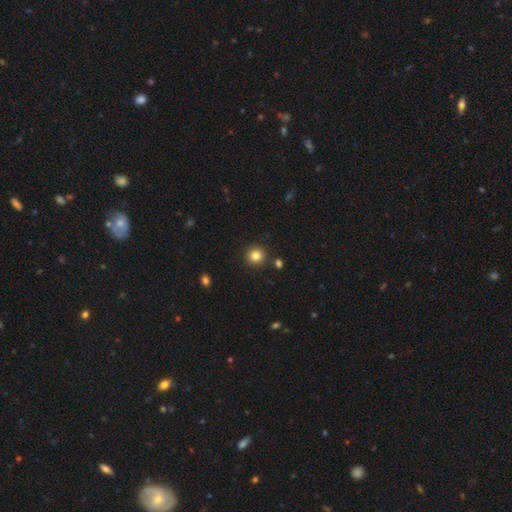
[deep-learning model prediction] smooth-or-featured: smooth: 83% | star or artifact: 12% | featured or disk: 6%
  how-rounded: round: 93% | in between: 6% | cigar-shaped: 1%
  merging: none: 90% | minor disturbance: 6% | merger: 3% | major disturbance: 2%